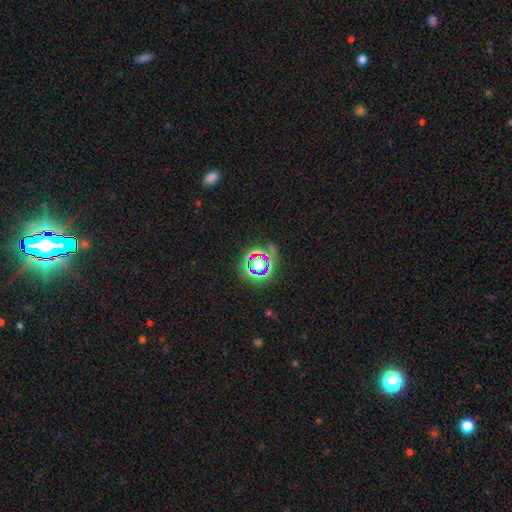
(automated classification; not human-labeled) A star or artifact, not a galaxy (59%).